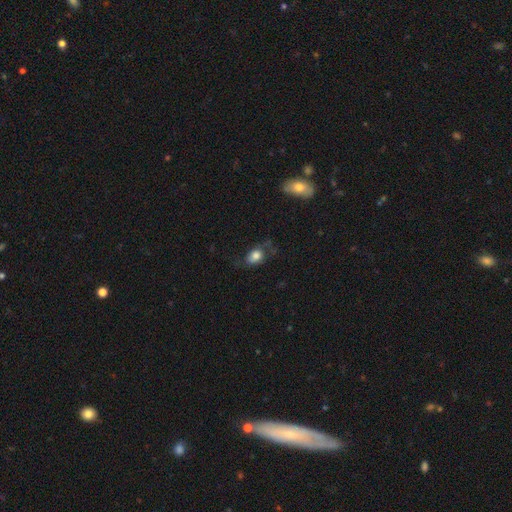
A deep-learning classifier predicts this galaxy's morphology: Smooth or featured? smooth (70%)
How rounded? in between (66%)
Merging? none (49%)